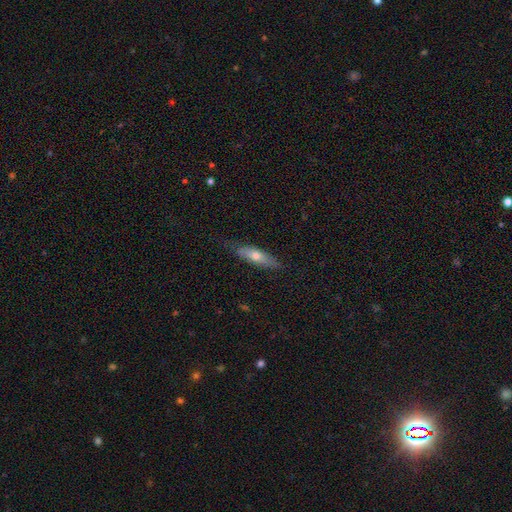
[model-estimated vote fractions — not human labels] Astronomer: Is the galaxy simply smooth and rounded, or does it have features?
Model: smooth — 58% (runner-up: featured or disk, 36%).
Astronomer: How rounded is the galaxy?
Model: cigar-shaped — 60% (runner-up: in between, 38%).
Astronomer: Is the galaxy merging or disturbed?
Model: none — 75%.